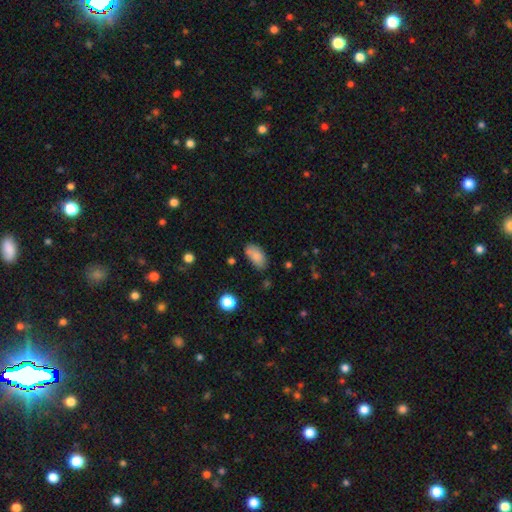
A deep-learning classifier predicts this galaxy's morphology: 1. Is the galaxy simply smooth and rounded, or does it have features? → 81% smooth, 10% featured or disk, 8% star or artifact.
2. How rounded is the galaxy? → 92% in between, 4% round, 3% cigar-shaped.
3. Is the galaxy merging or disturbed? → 65% none, 21% minor disturbance, 9% merger, 5% major disturbance.